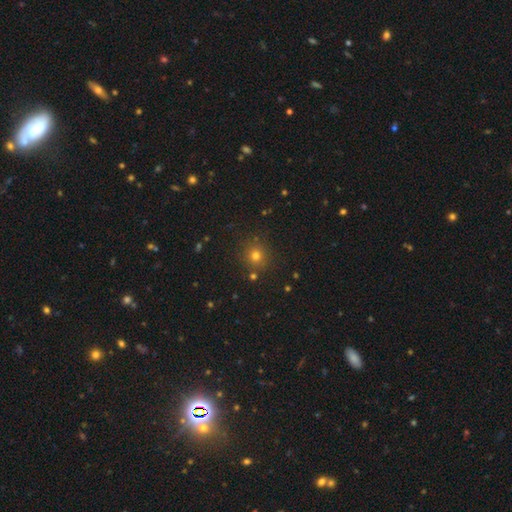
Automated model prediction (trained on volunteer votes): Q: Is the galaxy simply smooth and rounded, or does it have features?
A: smooth — 72%.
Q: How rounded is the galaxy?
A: round — 91%.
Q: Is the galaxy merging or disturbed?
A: none — 85%.